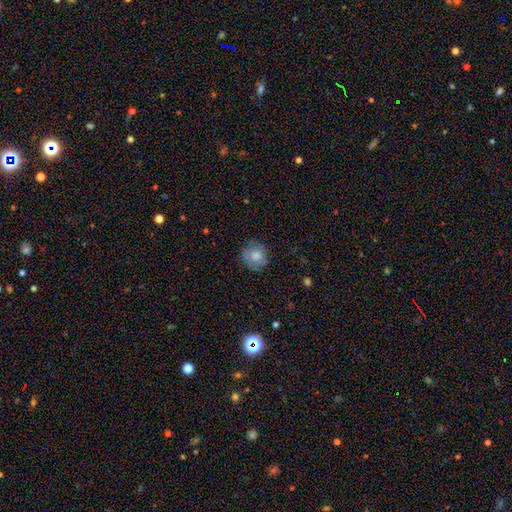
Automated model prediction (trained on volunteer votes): A smooth galaxy with no disk features (63%) that is round (88%). Merging: none (80%).